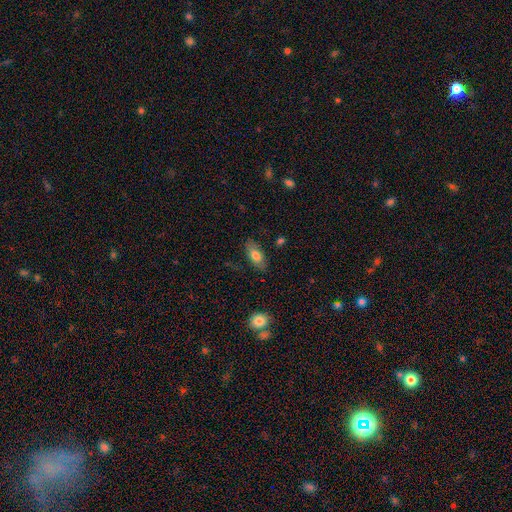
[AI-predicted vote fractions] Overall: smooth (73%). How rounded: in between (85%). Merging: none (81%).